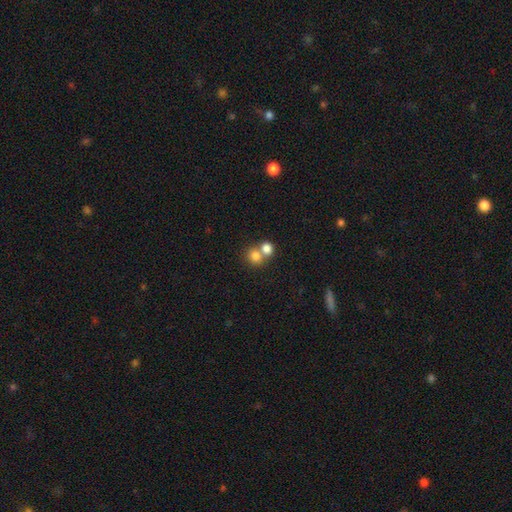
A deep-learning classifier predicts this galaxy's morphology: smooth-or-featured: smooth: 79% | star or artifact: 11% | featured or disk: 10%
  how-rounded: round: 80% | in between: 19% | cigar-shaped: 1%
  merging: merger: 54% | none: 38% | minor disturbance: 5% | major disturbance: 3%